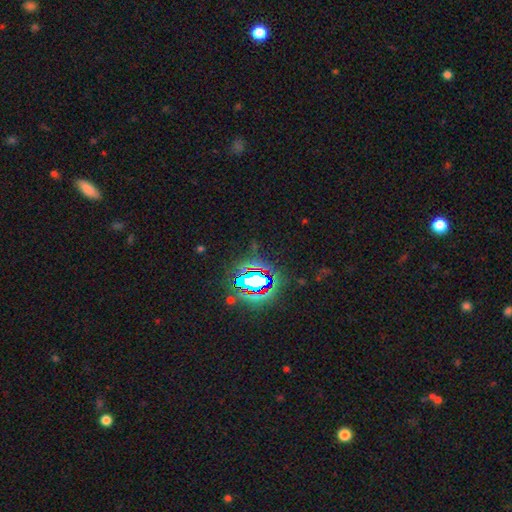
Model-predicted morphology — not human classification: This appears to be a star or artifact, not a galaxy (77%).